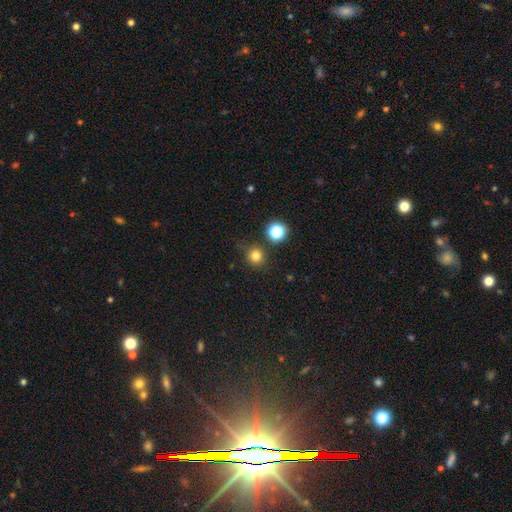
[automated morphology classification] type=smooth (78%); roundness=round (92%); merging=none (81%).